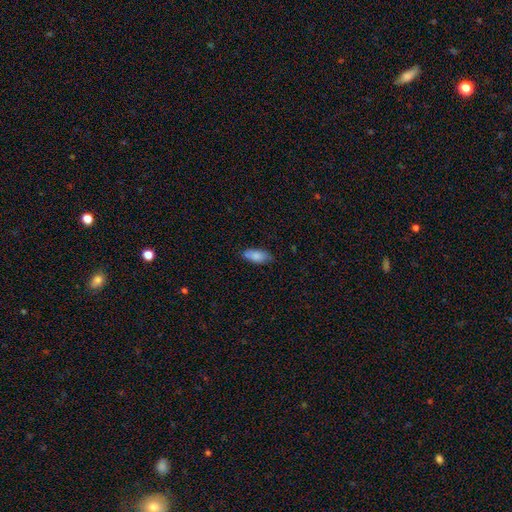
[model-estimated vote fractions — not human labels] smooth-or-featured: smooth: 85% | featured or disk: 8% | star or artifact: 7%
  how-rounded: in between: 87% | cigar-shaped: 11% | round: 2%
  merging: none: 73% | minor disturbance: 20% | major disturbance: 4% | merger: 3%